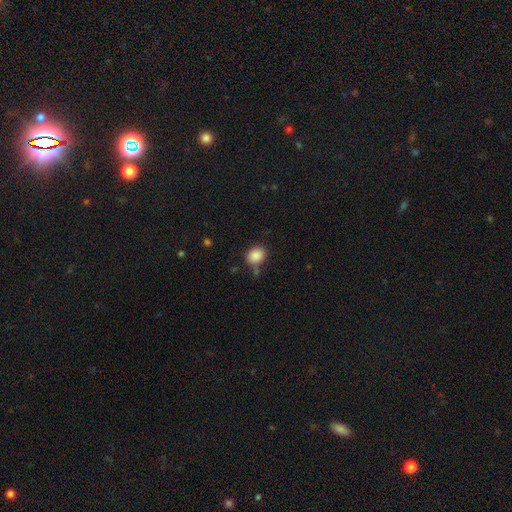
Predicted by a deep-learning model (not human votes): Morphology: type=smooth (87%); roundness=round (58%); merging=none (74%).